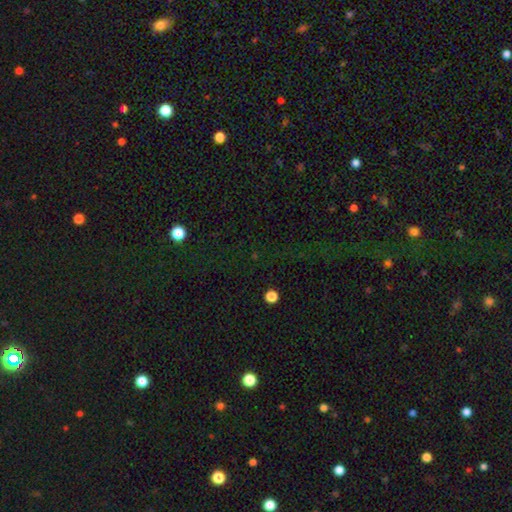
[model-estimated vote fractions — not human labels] smooth_or_featured: star or artifact (p=0.68) [alt: smooth p=0.22]